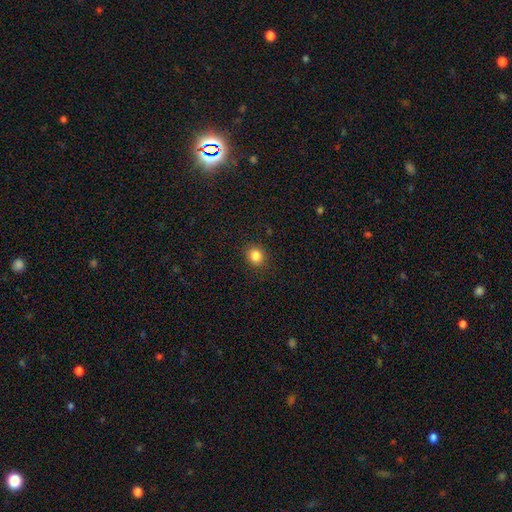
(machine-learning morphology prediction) A smooth galaxy with no disk features (85%) that is round (79%).

Vote fractions:
- Smooth or featured? smooth: 85% / star or artifact: 11% / featured or disk: 5%
- How rounded? round: 79% / in between: 20% / cigar-shaped: 1%
- Merging? none: 91% / minor disturbance: 6% / major disturbance: 2% / merger: 1%